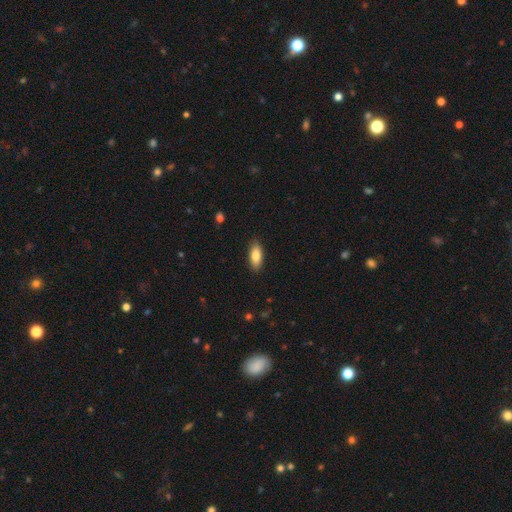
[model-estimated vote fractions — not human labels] This is clearly a smooth galaxy (84%). How rounded: clearly in between (82%). Merging: clearly none (88%).